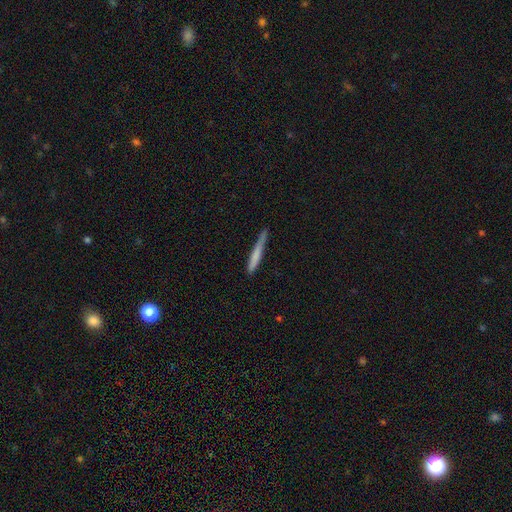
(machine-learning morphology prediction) Smooth or featured? smooth (69%)
How rounded? cigar-shaped (96%)
Merging? none (74%)